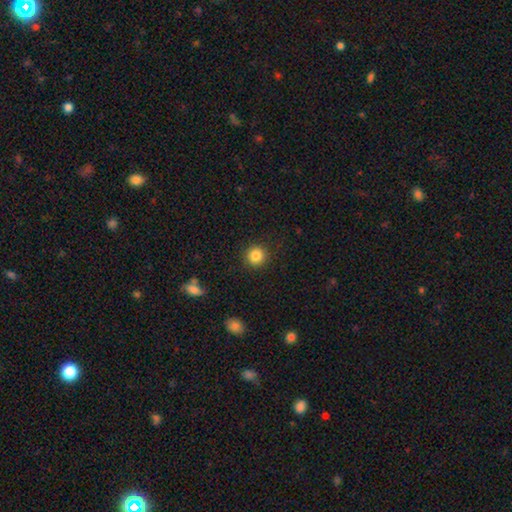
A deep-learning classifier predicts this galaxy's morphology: The model was most divided on "smooth or featured": smooth: 84%, star or artifact: 11%, featured or disk: 5%. More confident: how rounded — round (94%); merging — none (91%).